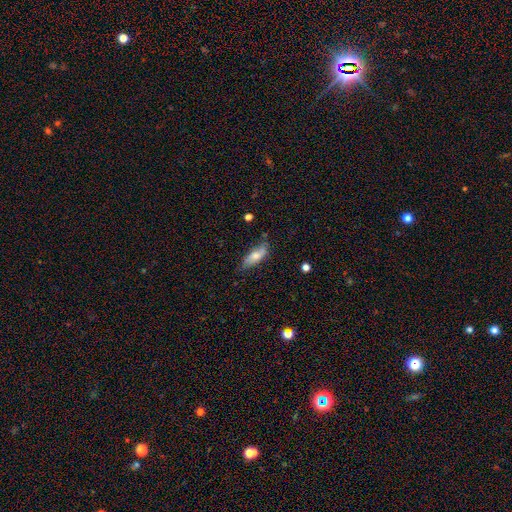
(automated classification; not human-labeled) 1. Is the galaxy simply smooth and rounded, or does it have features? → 67% smooth, 26% featured or disk, 7% star or artifact.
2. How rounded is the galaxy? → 69% in between, 29% cigar-shaped, 2% round.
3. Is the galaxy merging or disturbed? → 63% none, 28% minor disturbance, 6% major disturbance, 3% merger.